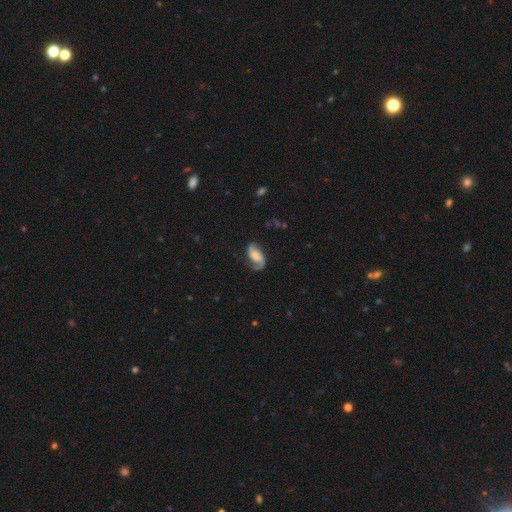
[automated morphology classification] smooth_or_featured: featured or disk (p=0.77) [alt: smooth p=0.16]
disk_edge_on: no (p=0.97) [alt: yes p=0.03]
bar: no (p=0.47) [alt: weak p=0.38]
has_spiral_arms: yes (p=0.95) [alt: no p=0.05]
spiral_winding: loose (p=0.45) [alt: medium p=0.40]
spiral_arm_count: 2 (p=0.85) [alt: 1 p=0.09]
bulge_size: none (p=0.32) [alt: large p=0.26]
merging: none (p=0.70) [alt: minor disturbance p=0.19]